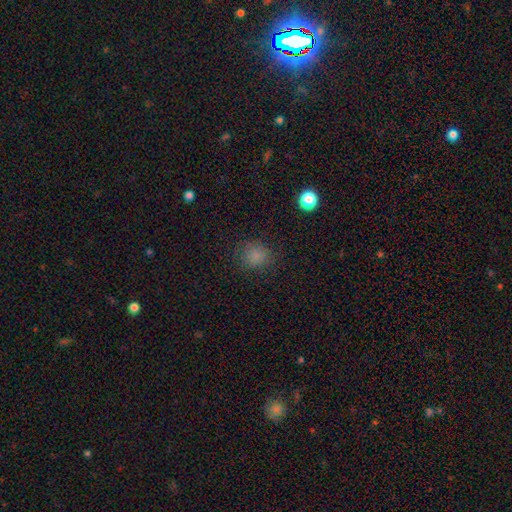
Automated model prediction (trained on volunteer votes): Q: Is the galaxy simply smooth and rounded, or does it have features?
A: smooth — 81%.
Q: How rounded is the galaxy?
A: round — 84%.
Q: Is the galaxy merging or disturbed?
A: none — 84%.